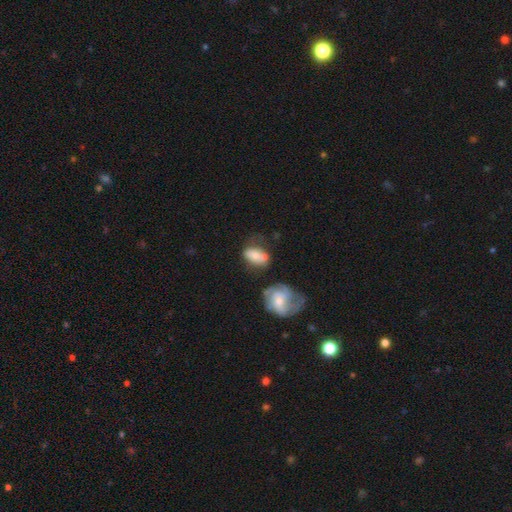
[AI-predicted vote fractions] Overall: smooth (63%; featured or disk 28%). How rounded: in between (83%). Merging: none (40%; minor disturbance 26%).